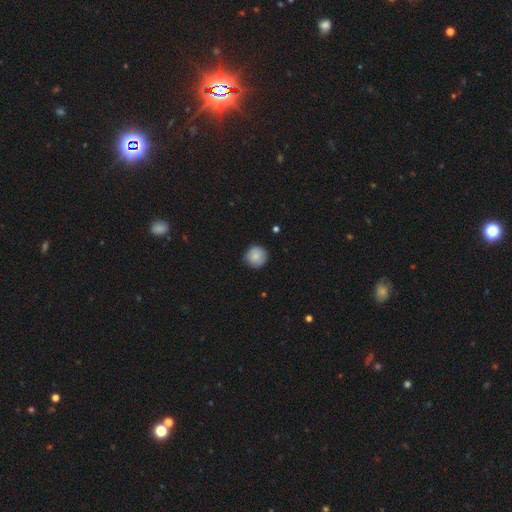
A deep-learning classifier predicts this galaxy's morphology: This appears to be a smooth galaxy with no disk features (83%) that is round (94%). Merging: none (85%).